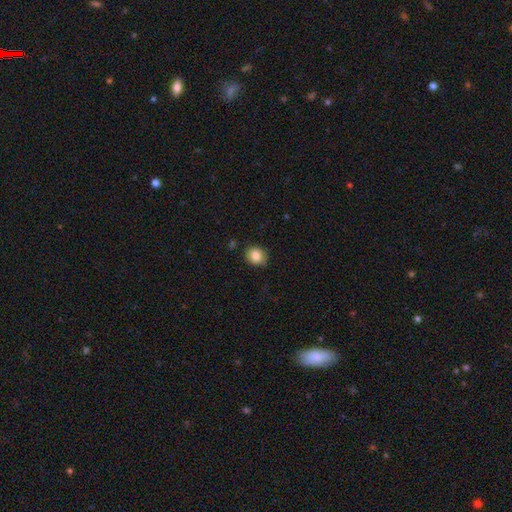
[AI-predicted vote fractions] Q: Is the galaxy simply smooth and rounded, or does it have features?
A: smooth — 86%.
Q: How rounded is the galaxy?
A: round — 64%.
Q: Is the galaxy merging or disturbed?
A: none — 79%.